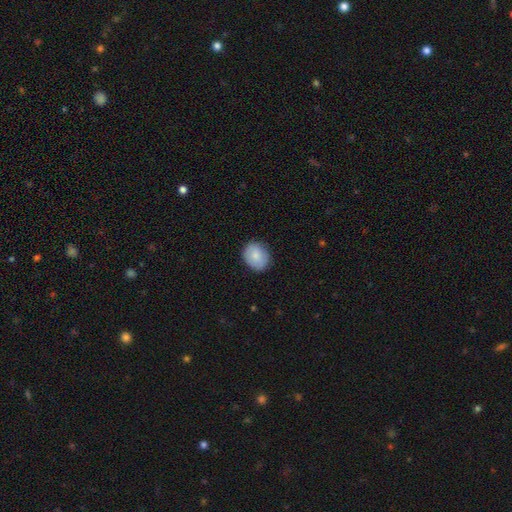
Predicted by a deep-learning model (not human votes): Smooth or featured? Predicted: smooth (p=0.82). How rounded? Predicted: round (p=0.52). Merging? Predicted: none (p=0.82).